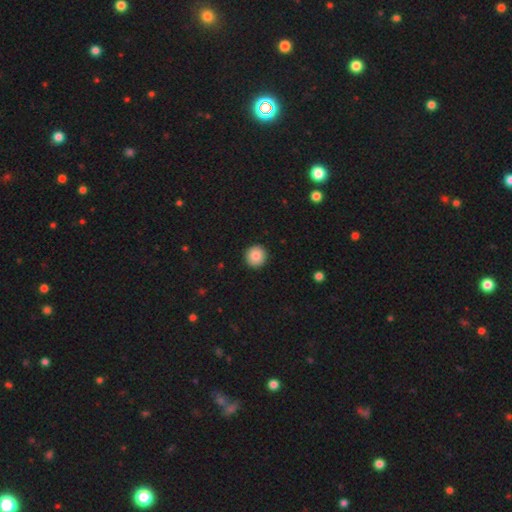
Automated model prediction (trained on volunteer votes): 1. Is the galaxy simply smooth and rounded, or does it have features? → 86% smooth, 8% star or artifact, 6% featured or disk.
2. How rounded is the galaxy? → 95% round, 4% in between, 1% cigar-shaped.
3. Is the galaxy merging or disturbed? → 93% none, 5% minor disturbance, 1% major disturbance, 1% merger.